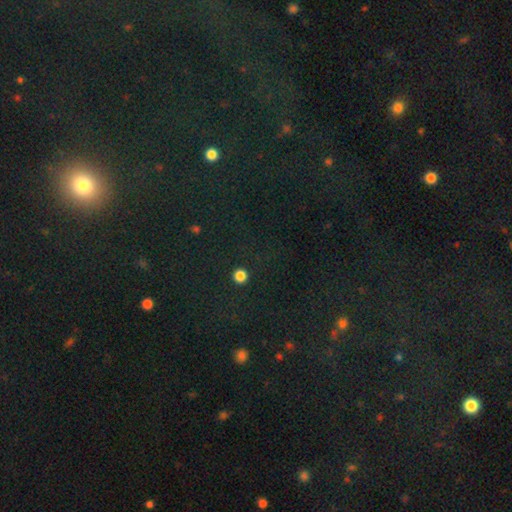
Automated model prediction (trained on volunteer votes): This appears to be a star or artifact, not a galaxy (63%).